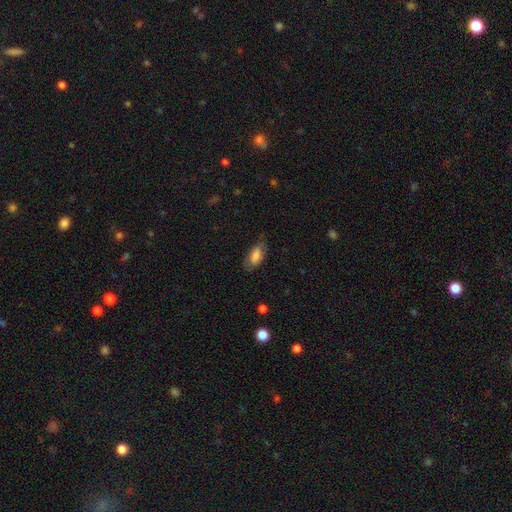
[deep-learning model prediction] Smooth or featured: smooth — 71% (featured or disk — 22%)
How rounded: in between — 88% (cigar-shaped — 9%)
Merging: none — 71% (minor disturbance — 21%)